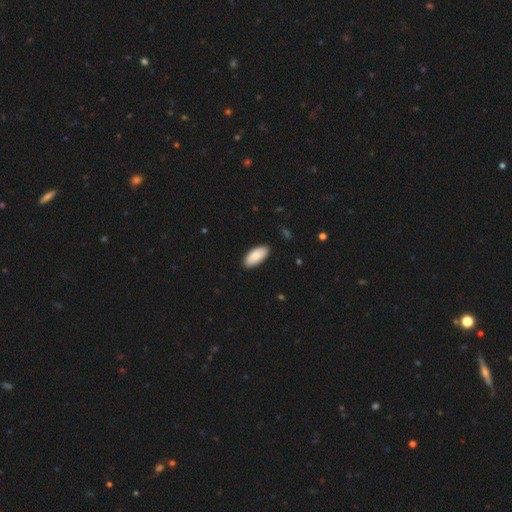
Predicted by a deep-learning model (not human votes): Overall: smooth (89%). How rounded: in between (92%). Merging: none (89%).